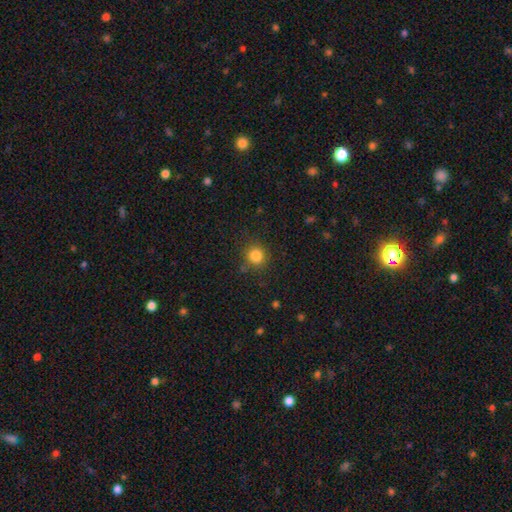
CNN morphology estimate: This is clearly a smooth galaxy (83%). How rounded: clearly round (88%). Merging: clearly none (83%).